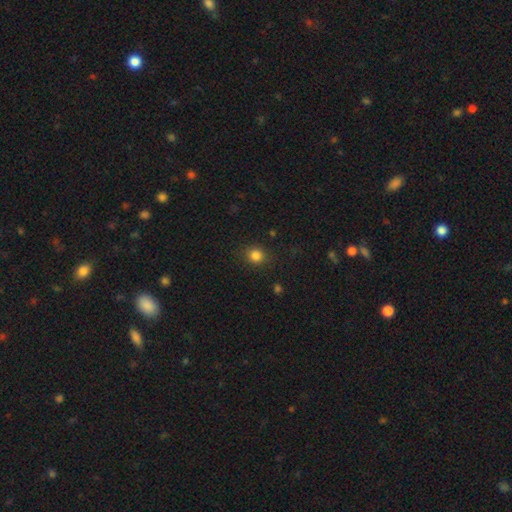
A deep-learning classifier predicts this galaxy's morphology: A smooth galaxy with no disk features (83%) that is round (81%). Merging: none (87%).